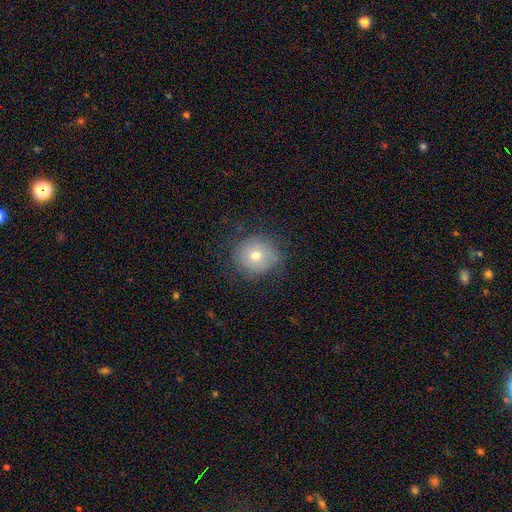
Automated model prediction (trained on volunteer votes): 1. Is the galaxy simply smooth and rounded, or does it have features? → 66% smooth, 21% featured or disk, 13% star or artifact.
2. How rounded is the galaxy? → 87% round, 12% in between, 1% cigar-shaped.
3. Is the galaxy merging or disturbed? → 73% none, 19% minor disturbance, 7% major disturbance, 1% merger.